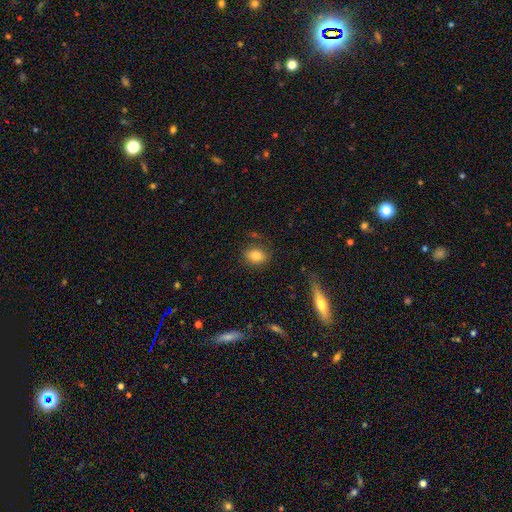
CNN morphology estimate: Overall: smooth (82%). How rounded: in between (67%; round 32%). Merging: none (81%).